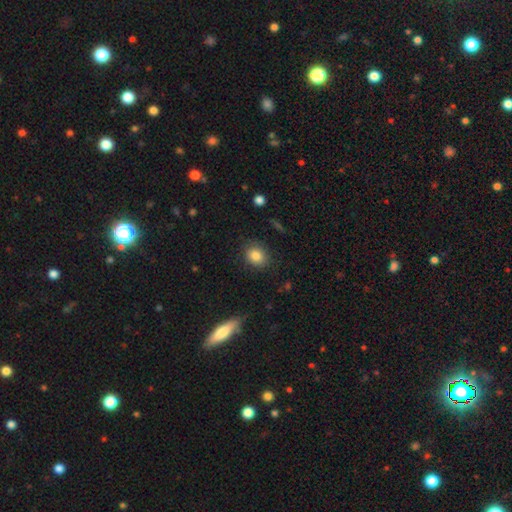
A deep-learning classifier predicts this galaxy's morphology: A smooth galaxy with no disk features (85%) that is round (59%). Merging: none (81%).